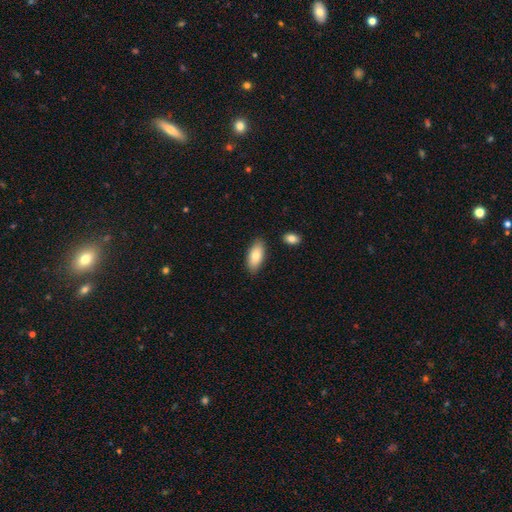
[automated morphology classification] smooth 79%, featured or disk 15%, star or artifact 6%. Down the decision tree: how rounded — in between (90%); merging — none (85%).